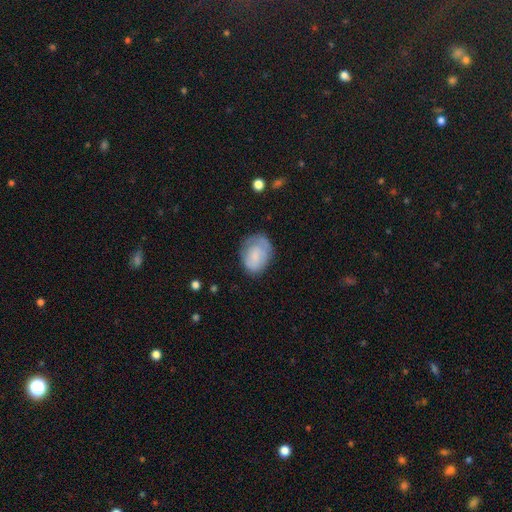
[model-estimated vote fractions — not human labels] Smooth or featured?
  - smooth: 65% *
  - featured or disk: 27%
  - star or artifact: 7%
How rounded?
  - in between: 71% *
  - round: 28%
  - cigar-shaped: 1%
Merging?
  - none: 60% *
  - minor disturbance: 28%
  - major disturbance: 11%
  - merger: 2%